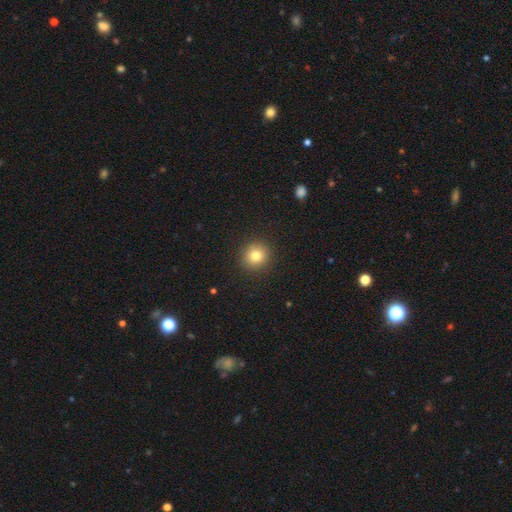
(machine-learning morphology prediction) Q: Smooth or featured?
A: smooth (80%); runner-up: star or artifact (12%)
Q: How rounded?
A: round (89%); runner-up: in between (10%)
Q: Merging?
A: none (91%); runner-up: minor disturbance (6%)